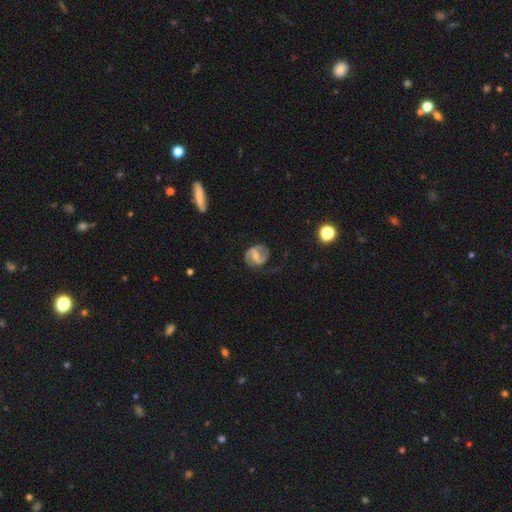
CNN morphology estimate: Smooth or featured? Predicted: featured or disk (p=0.76). Edge-on disk? Predicted: no (p=0.98). Bar? Predicted: weak (p=0.48). Spiral arms? Predicted: yes (p=0.91). Spiral winding? Predicted: medium (p=0.49). Spiral arm count? Predicted: 2 (p=0.86). Bulge size? Predicted: moderate (p=0.46). Merging? Predicted: none (p=0.69).